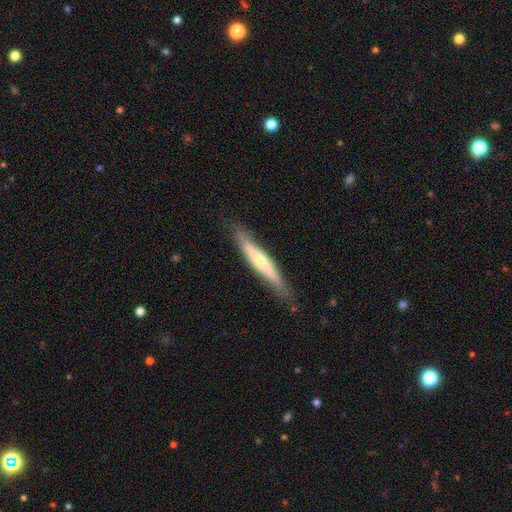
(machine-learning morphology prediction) smooth-or-featured: featured or disk: 62% | smooth: 31% | star or artifact: 6%
  disk-edge-on: yes: 86% | no: 14%
    edge-on-bulge: rounded: 78% | none: 17% | boxy: 4%
  merging: none: 84% | minor disturbance: 13% | major disturbance: 2% | merger: 1%